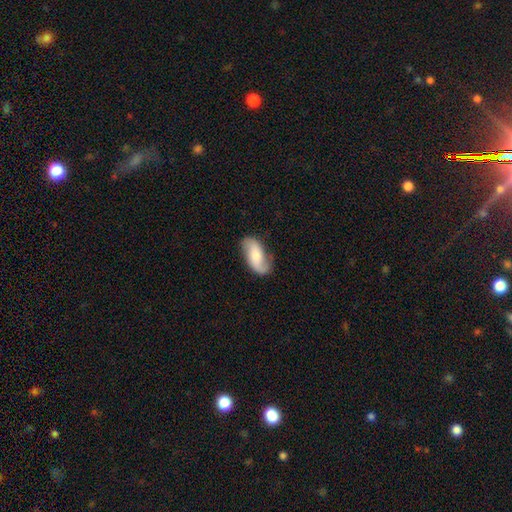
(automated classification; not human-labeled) This is possibly a featured or disk galaxy (54%). It is clearly not viewed edge-on (94%). Bar: possibly no (54%). Spiral arm pattern: clearly yes (88%). Central bulge: possibly moderate (48%). Merging: likely none (74%).